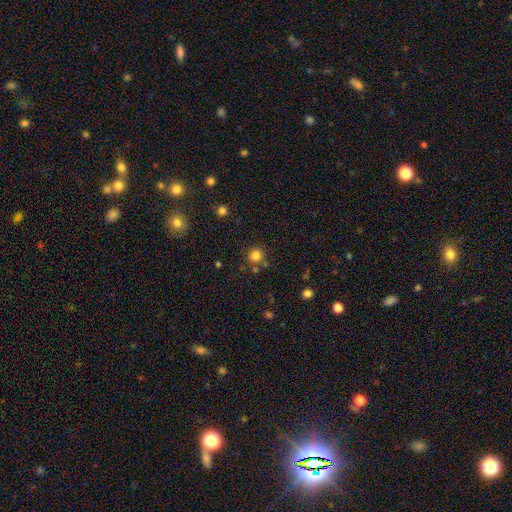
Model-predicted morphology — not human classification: smooth_or_featured: smooth (p=0.81) [alt: star or artifact p=0.14]
how_rounded: round (p=0.93) [alt: in between p=0.06]
merging: none (p=0.79) [alt: merger p=0.09]